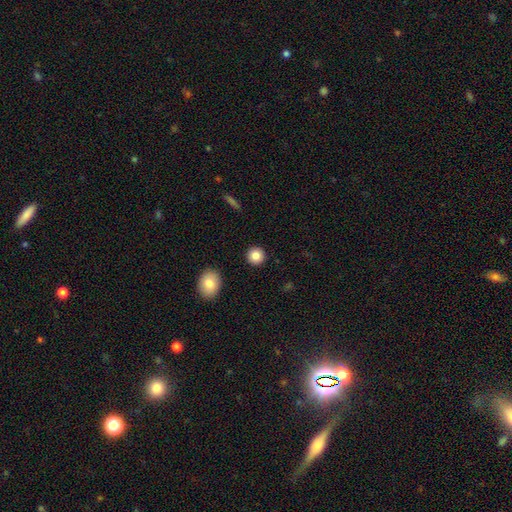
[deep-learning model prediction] The model was most divided on "smooth or featured": smooth: 84%, star or artifact: 10%, featured or disk: 6%. More confident: how rounded — round (94%); merging — none (92%).